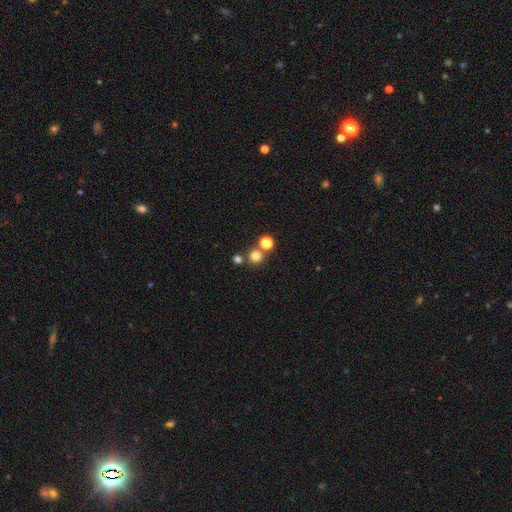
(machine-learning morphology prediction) smooth_or_featured: smooth (p=0.75) [alt: star or artifact p=0.18]
how_rounded: round (p=0.93) [alt: in between p=0.06]
merging: none (p=0.70) [alt: merger p=0.21]